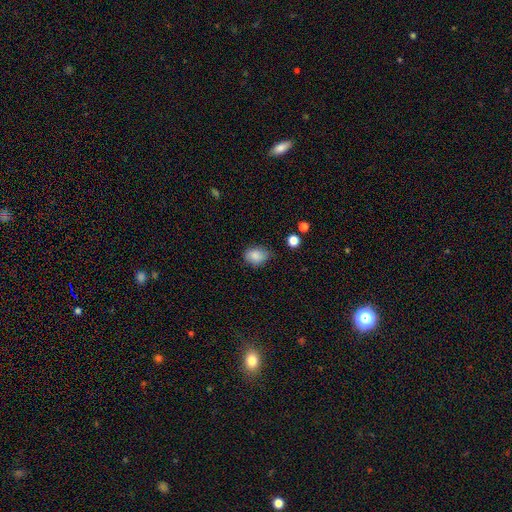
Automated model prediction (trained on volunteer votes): Smooth or featured?
  - smooth: 84% *
  - star or artifact: 9%
  - featured or disk: 7%
How rounded?
  - in between: 63% *
  - round: 36%
  - cigar-shaped: 1%
Merging?
  - none: 66% *
  - minor disturbance: 27%
  - major disturbance: 5%
  - merger: 2%